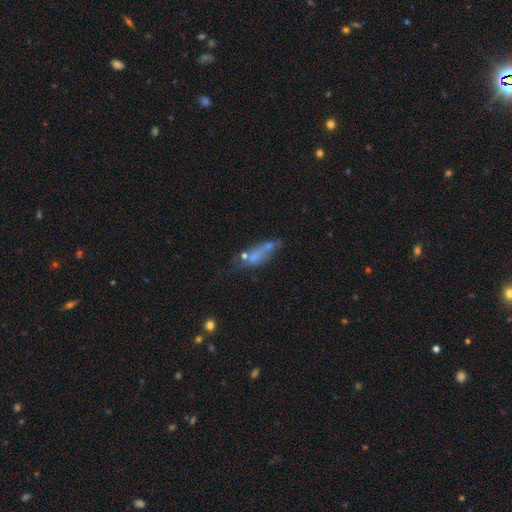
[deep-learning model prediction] This is possibly a smooth galaxy (53%). How rounded: likely in between (64%). Merging: marginally none (33%).